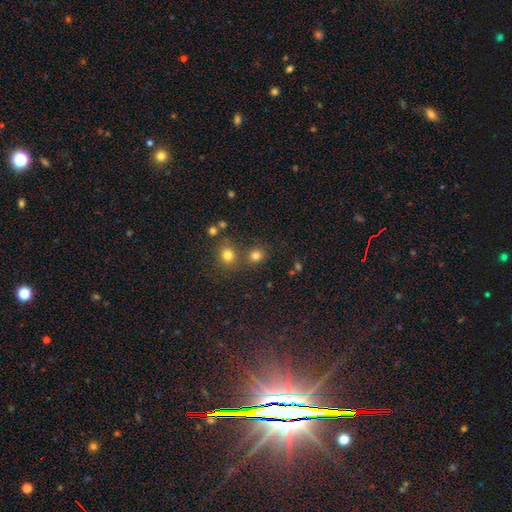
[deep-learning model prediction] Smooth or featured: smooth — 77% (star or artifact — 17%)
How rounded: round — 82% (in between — 17%)
Merging: none — 68% (merger — 21%)